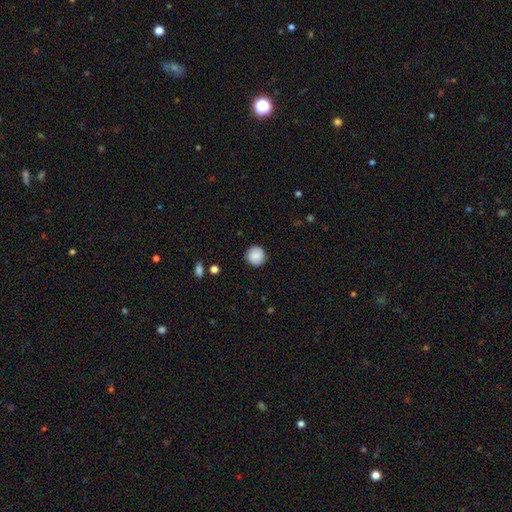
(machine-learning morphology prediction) Smooth or featured? smooth (87%)
How rounded? round (94%)
Merging? none (90%)